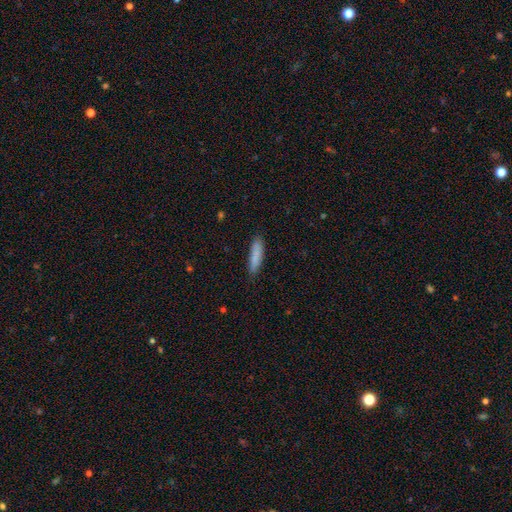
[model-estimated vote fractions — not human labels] The model was most divided on "how rounded": cigar-shaped: 77%, in between: 21%, round: 1%. More confident: merging — none (85%); smooth or featured — smooth (84%).